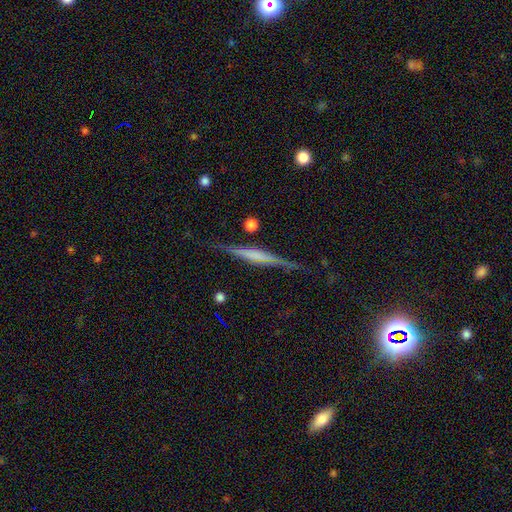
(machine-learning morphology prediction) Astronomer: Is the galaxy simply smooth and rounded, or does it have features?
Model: featured or disk — 72%.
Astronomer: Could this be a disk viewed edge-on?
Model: yes — 97%.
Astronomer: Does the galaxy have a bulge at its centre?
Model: none — 39% (runner-up: boxy, 33%).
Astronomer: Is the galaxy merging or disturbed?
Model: none — 82%.